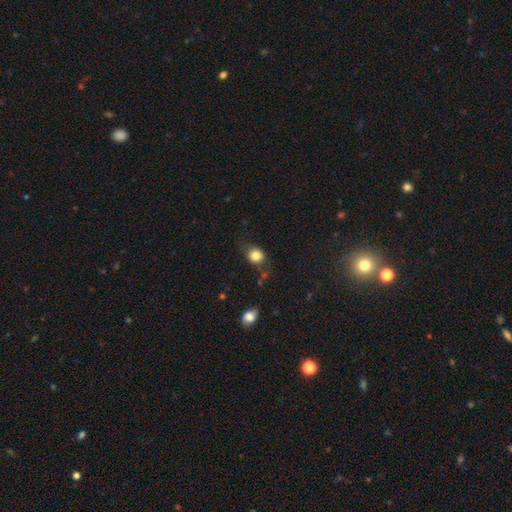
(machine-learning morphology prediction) This is clearly a smooth galaxy (80%). How rounded: likely round (66%). Merging: likely none (66%).